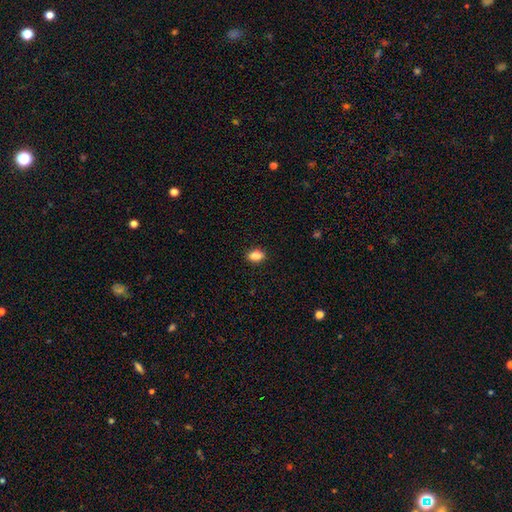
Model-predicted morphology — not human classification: This is clearly a smooth galaxy (85%). How rounded: clearly in between (84%). Merging: clearly none (89%).